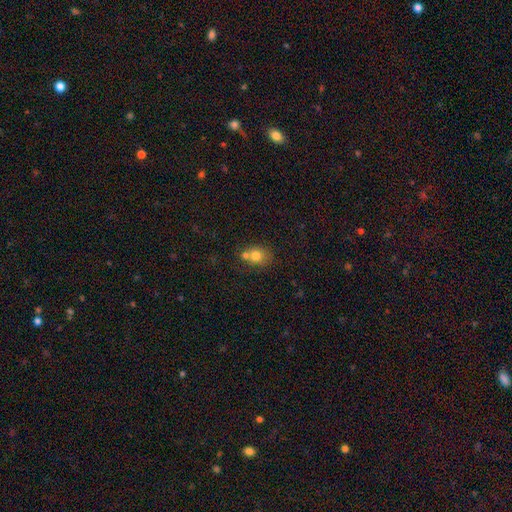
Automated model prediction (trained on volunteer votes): smooth_or_featured: smooth (p=0.76) [alt: featured or disk p=0.13]
how_rounded: round (p=0.65) [alt: in between p=0.34]
merging: none (p=0.46) [alt: merger p=0.38]